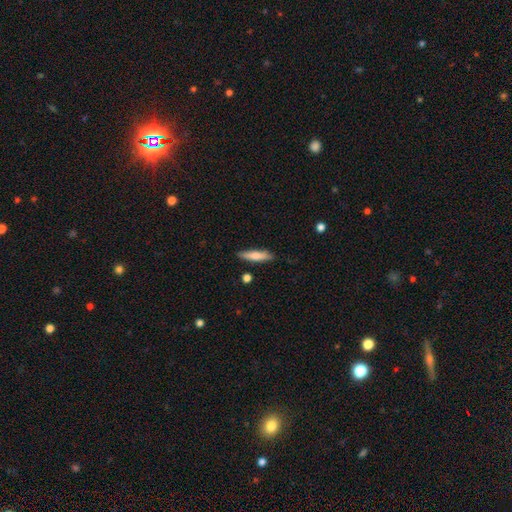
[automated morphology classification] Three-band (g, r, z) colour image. It shows a smooth galaxy with no disk features (72%) that is cigar-shaped (81%). Merging: none (84%).